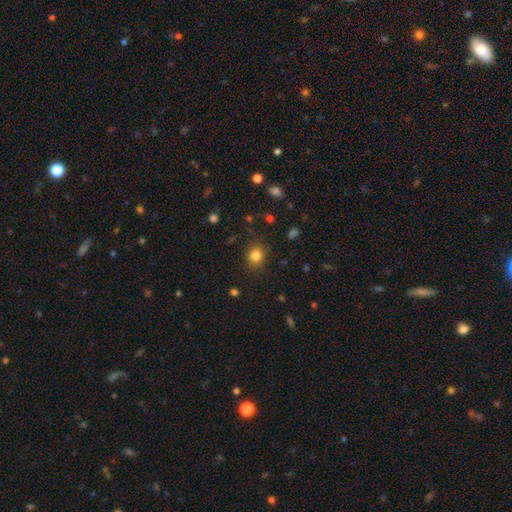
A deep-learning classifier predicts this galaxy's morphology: Smooth or featured: smooth — 82% (star or artifact — 13%)
How rounded: round — 83% (in between — 16%)
Merging: none — 87% (minor disturbance — 9%)